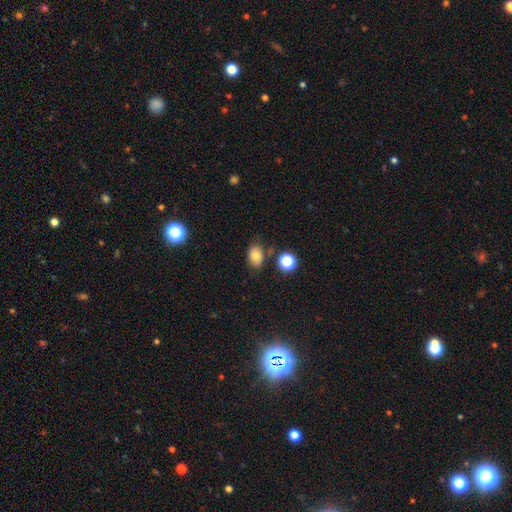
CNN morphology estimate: Smooth or featured: smooth — 79% (star or artifact — 12%)
How rounded: in between — 74% (round — 25%)
Merging: none — 73% (minor disturbance — 17%)